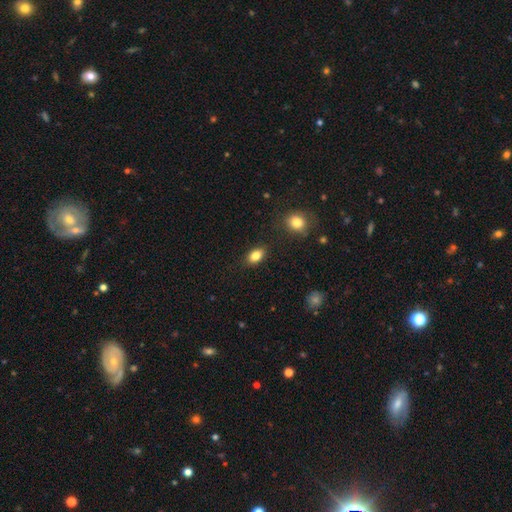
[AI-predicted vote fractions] Smooth or featured? Predicted: smooth (p=0.84). How rounded? Predicted: in between (p=0.84). Merging? Predicted: none (p=0.86).